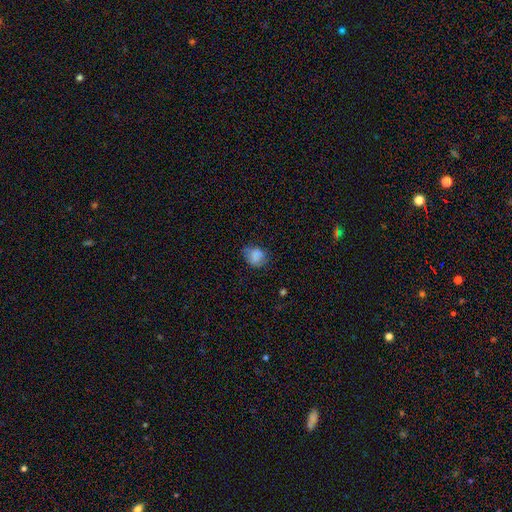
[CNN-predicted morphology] Smooth or featured? smooth (80%)
How rounded? round (55%)
Merging? none (66%)